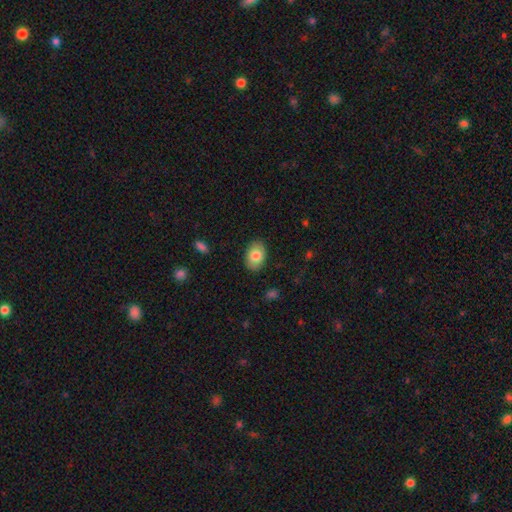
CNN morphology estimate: Smooth or featured? Predicted: smooth (p=0.81). How rounded? Predicted: in between (p=0.85). Merging? Predicted: none (p=0.88).